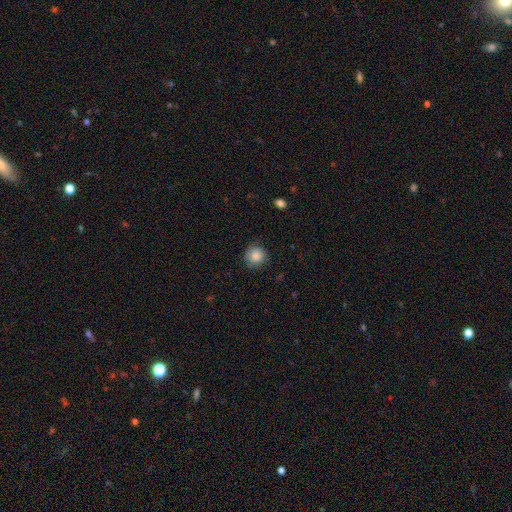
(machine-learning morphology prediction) smooth 84%, star or artifact 9%, featured or disk 8%. Down the decision tree: how rounded — round (91%); merging — none (81%).